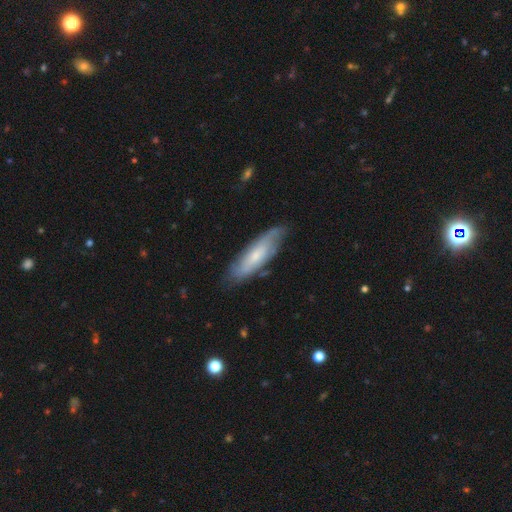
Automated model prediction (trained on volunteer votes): smooth-or-featured: featured or disk: 51% | smooth: 43% | star or artifact: 6%
  disk-edge-on: no: 67% | yes: 33%
  merging: none: 73% | minor disturbance: 20% | major disturbance: 5% | merger: 2%